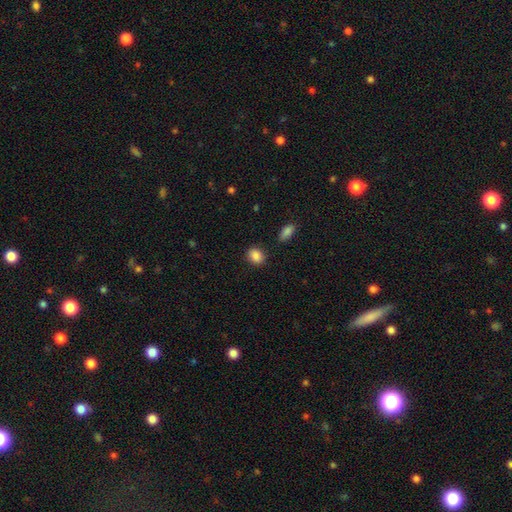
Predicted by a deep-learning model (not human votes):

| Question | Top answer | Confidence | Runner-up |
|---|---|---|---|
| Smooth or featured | smooth | 88% | star or artifact (8%) |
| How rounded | round | 53% | in between (46%) |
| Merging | none | 85% | minor disturbance (10%) |